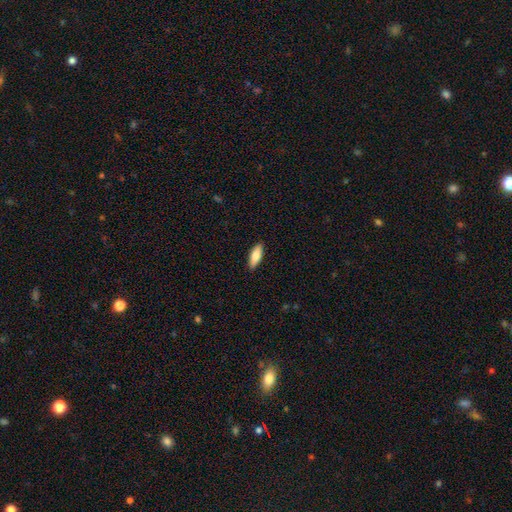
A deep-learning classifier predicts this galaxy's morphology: A smooth galaxy with no disk features (75%) that is in between round and cigar-shaped (66%).

Vote fractions:
- Smooth or featured? smooth: 75% / featured or disk: 20% / star or artifact: 6%
- How rounded? in between: 66% / cigar-shaped: 31% / round: 2%
- Merging? none: 89% / minor disturbance: 8% / major disturbance: 2% / merger: 1%